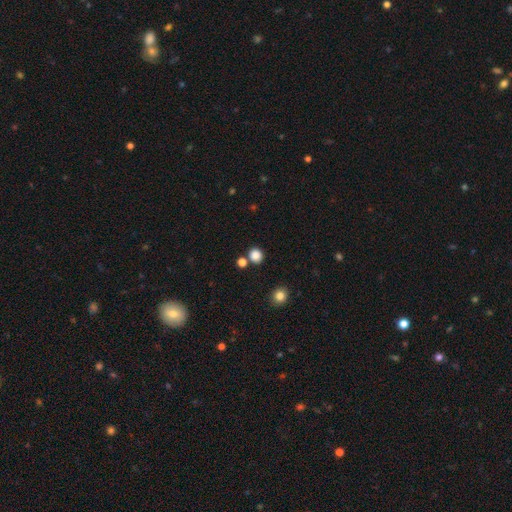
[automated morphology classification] Smooth or featured: smooth — 84% (star or artifact — 13%)
How rounded: round — 88% (in between — 11%)
Merging: none — 78% (merger — 12%)